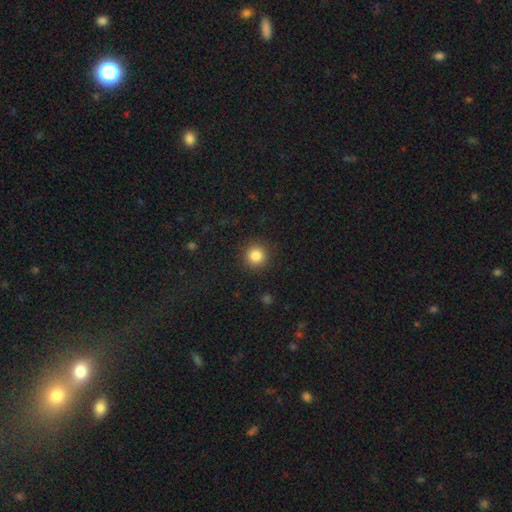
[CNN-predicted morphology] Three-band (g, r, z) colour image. It shows a smooth galaxy with no disk features (85%) that is round (95%). Merging: none (91%).